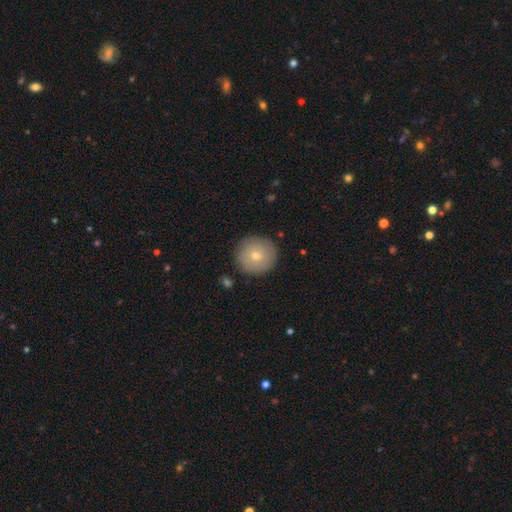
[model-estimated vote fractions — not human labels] A smooth galaxy with no disk features (66%) that is round (96%). Merging: none (90%).